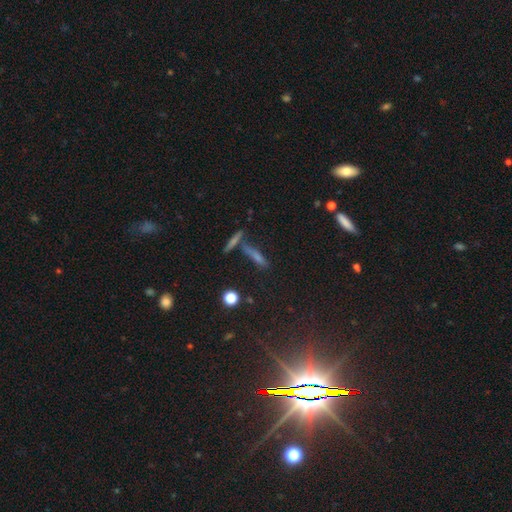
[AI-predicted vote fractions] A smooth galaxy with no disk features (39%). Merging: none (64%).